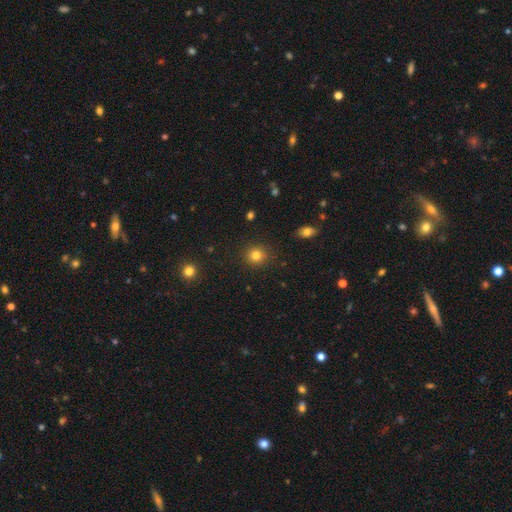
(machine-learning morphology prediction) This appears to be a smooth galaxy with no disk features (82%) that is round (90%). Merging: none (90%).